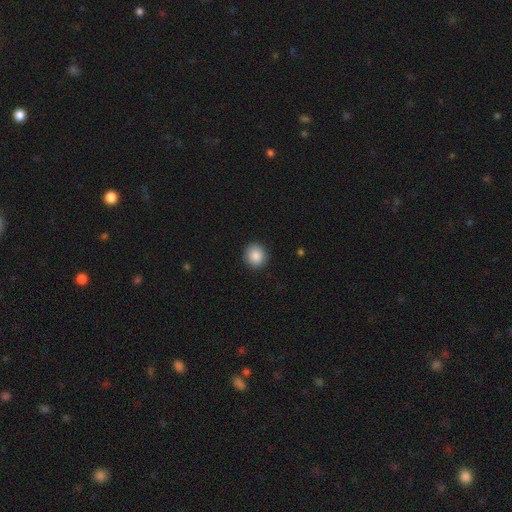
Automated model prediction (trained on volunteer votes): A smooth galaxy with no disk features (88%) that is round (89%). Merging: none (91%).